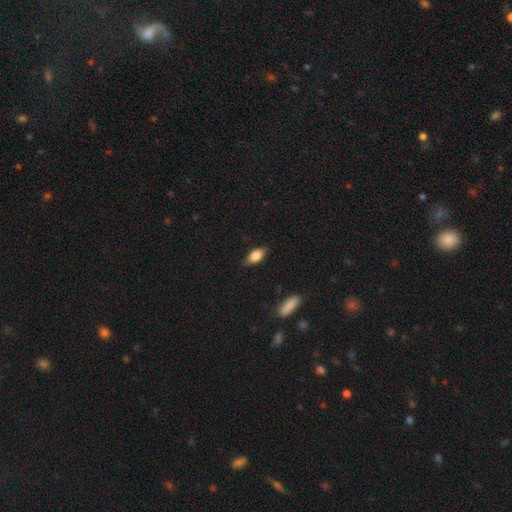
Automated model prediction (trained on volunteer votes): smooth 73%, featured or disk 20%, star or artifact 7%. Down the decision tree: how rounded — in between (84%); merging — none (76%).